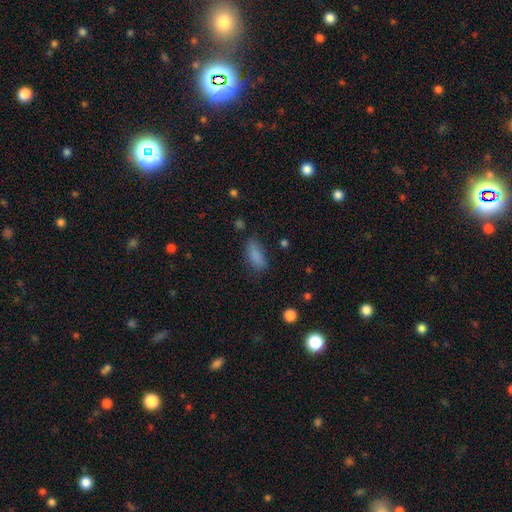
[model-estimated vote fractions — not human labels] Smooth or featured: smooth — 84% (star or artifact — 10%)
How rounded: in between — 82% (cigar-shaped — 15%)
Merging: none — 72% (minor disturbance — 20%)